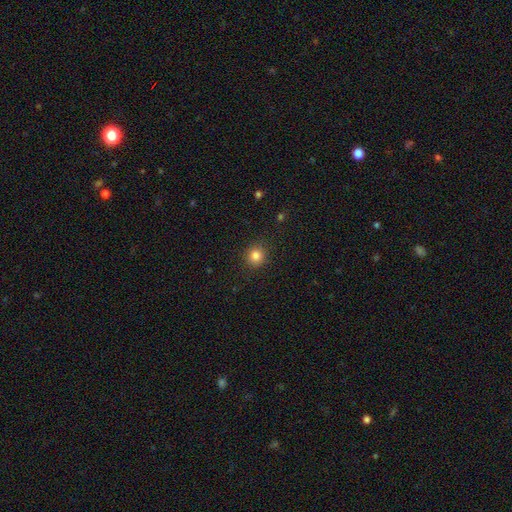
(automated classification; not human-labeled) Smooth or featured?
  - smooth: 83% *
  - star or artifact: 12%
  - featured or disk: 5%
How rounded?
  - round: 90% *
  - in between: 9%
  - cigar-shaped: 1%
Merging?
  - none: 90% *
  - minor disturbance: 6%
  - major disturbance: 2%
  - merger: 1%